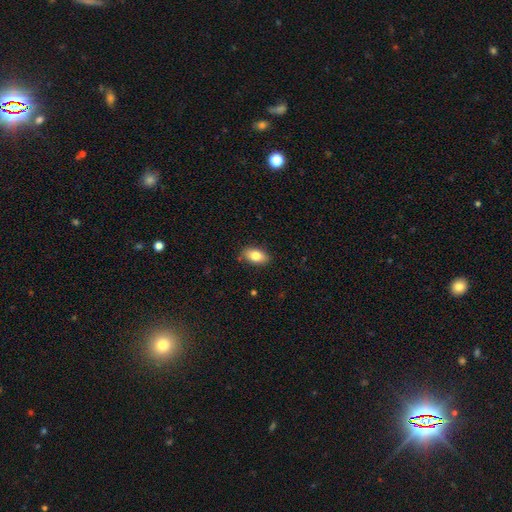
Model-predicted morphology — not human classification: smooth-or-featured: smooth: 80% | featured or disk: 13% | star or artifact: 7%
  how-rounded: in between: 91% | round: 6% | cigar-shaped: 3%
  merging: none: 86% | minor disturbance: 11% | major disturbance: 2% | merger: 1%